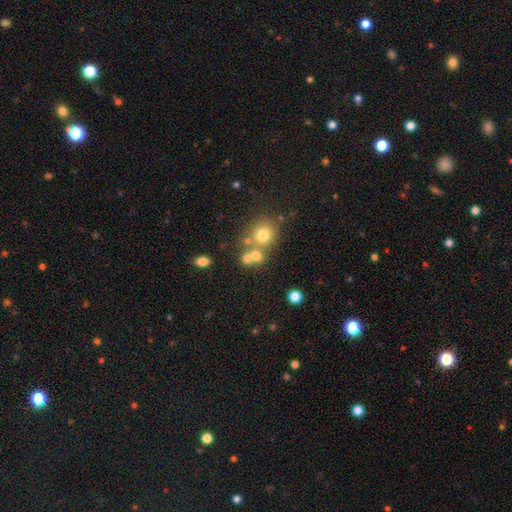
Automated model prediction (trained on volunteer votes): This is likely a smooth galaxy (68%). How rounded: likely round (80%). Merging: possibly none (49%).